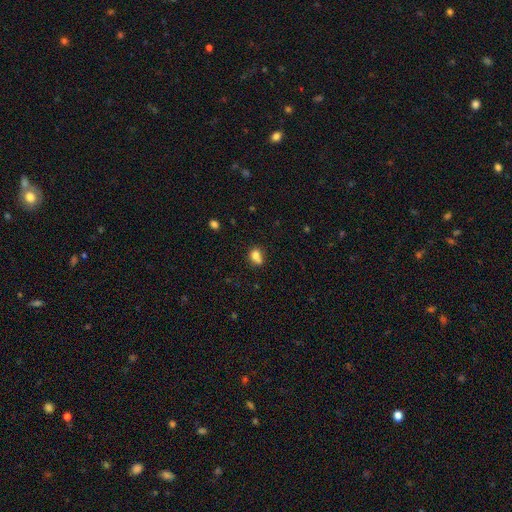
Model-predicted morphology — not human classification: type=smooth (76%); roundness=round (52%); merging=none (42%).